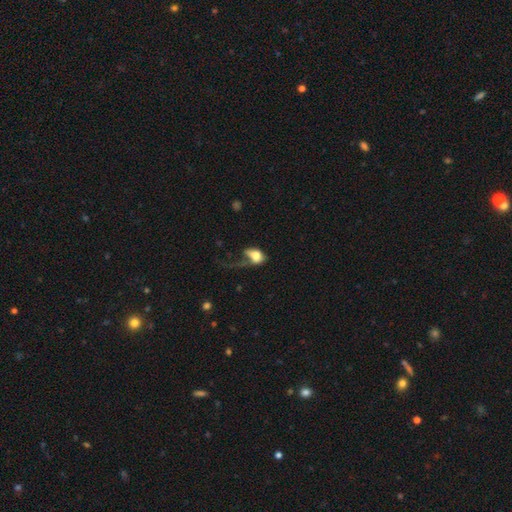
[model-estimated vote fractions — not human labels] Smooth or featured: smooth — 69% (featured or disk — 23%)
How rounded: in between — 68% (round — 29%)
Merging: major disturbance — 54% (none — 20%)